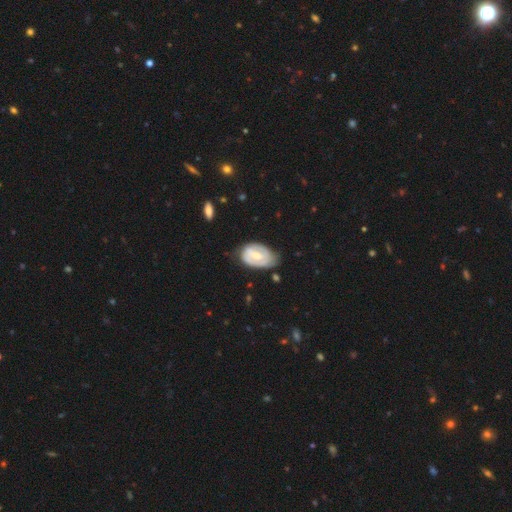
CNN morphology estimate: type=featured or disk (63%); edge-on=no (96%); bar=weak (50%); spiral arms=yes (73%); bulge=moderate (51%); merging=none (53%).